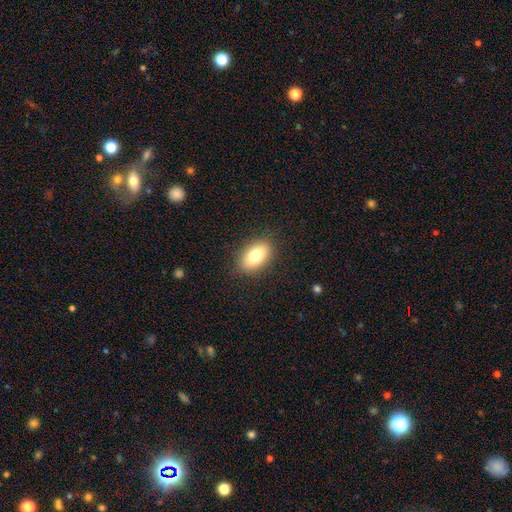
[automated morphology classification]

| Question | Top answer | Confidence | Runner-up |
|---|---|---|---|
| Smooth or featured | smooth | 79% | featured or disk (13%) |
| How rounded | in between | 90% | round (8%) |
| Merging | none | 88% | minor disturbance (9%) |